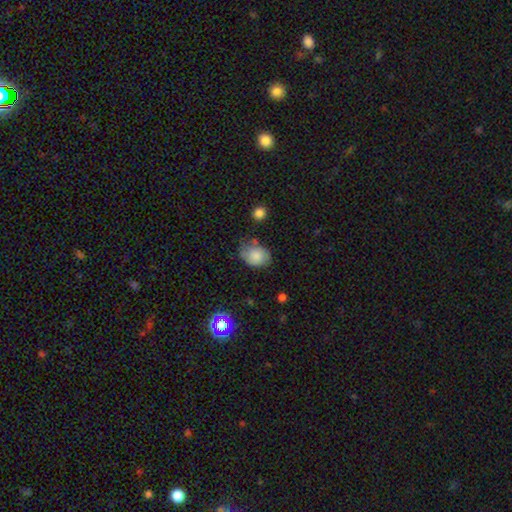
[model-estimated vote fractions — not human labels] Smooth or featured? smooth (79%)
How rounded? in between (59%)
Merging? none (52%)